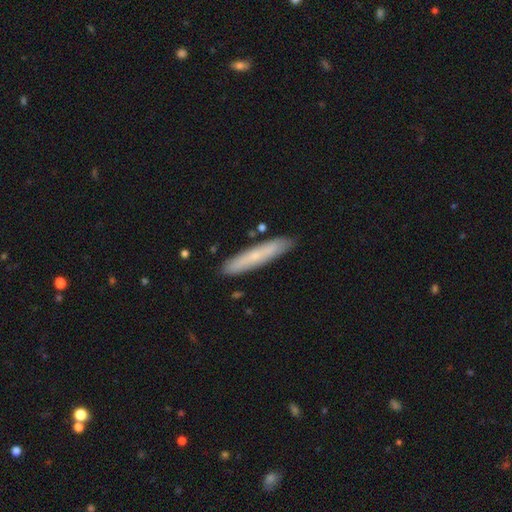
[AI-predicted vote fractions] Smooth or featured? smooth (57%)
How rounded? cigar-shaped (91%)
Merging? none (86%)